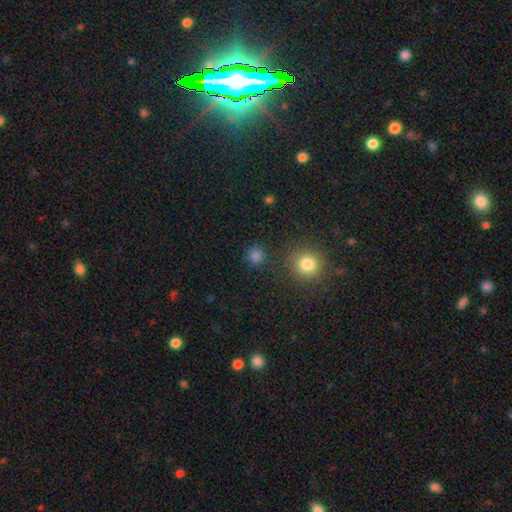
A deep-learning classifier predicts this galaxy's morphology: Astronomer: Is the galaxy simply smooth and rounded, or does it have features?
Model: smooth — 80%.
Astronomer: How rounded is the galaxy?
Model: round — 91%.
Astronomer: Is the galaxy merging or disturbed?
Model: none — 85%.